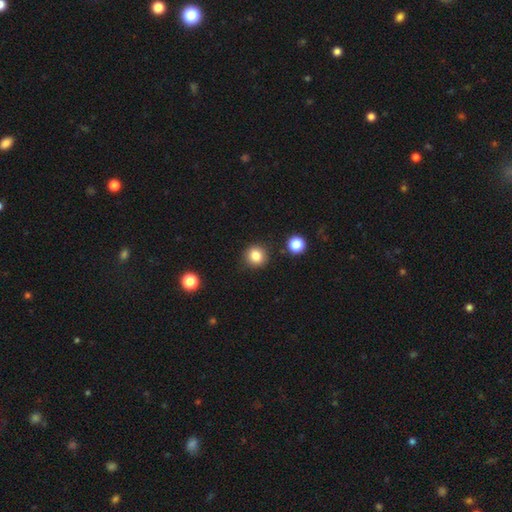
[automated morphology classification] The model was most divided on "smooth or featured": smooth: 83%, star or artifact: 12%, featured or disk: 5%. More confident: how rounded — round (89%); merging — none (88%).